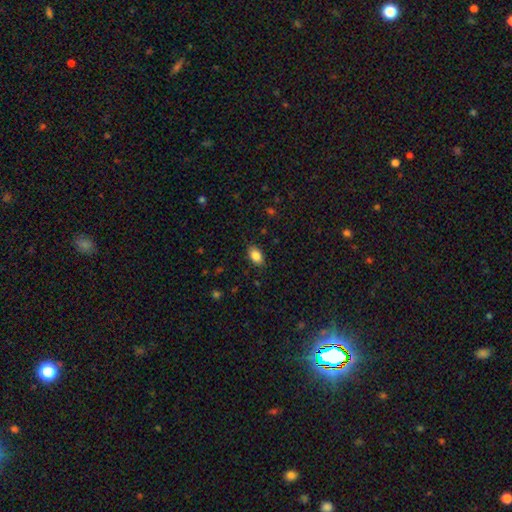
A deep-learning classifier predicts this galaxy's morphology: A smooth galaxy with no disk features (86%) that is in between round and cigar-shaped (87%).

Vote fractions:
- Smooth or featured? smooth: 86% / star or artifact: 8% / featured or disk: 5%
- How rounded? in between: 87% / round: 11% / cigar-shaped: 2%
- Merging? none: 86% / minor disturbance: 11% / major disturbance: 2% / merger: 1%